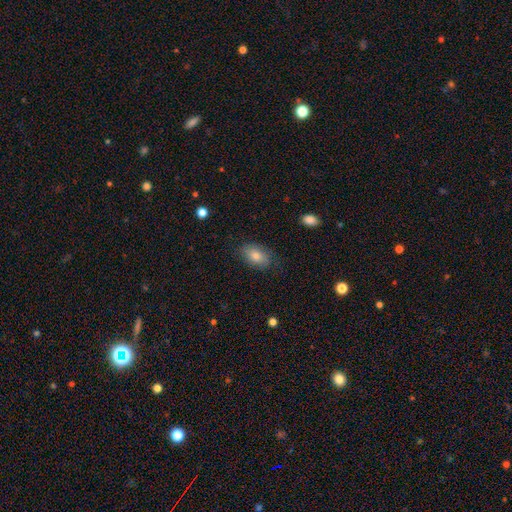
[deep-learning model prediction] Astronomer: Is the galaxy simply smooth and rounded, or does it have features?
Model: smooth — 77%.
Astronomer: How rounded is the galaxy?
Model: in between — 88%.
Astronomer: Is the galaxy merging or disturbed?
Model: none — 77%.